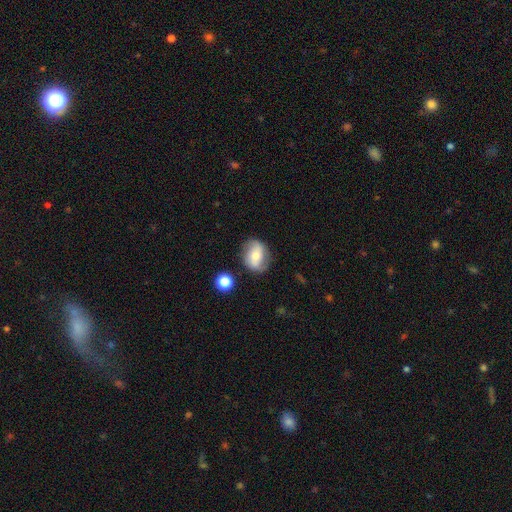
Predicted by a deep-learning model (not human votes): featured or disk 49%, smooth 43%, star or artifact 8%. Down the decision tree: merging — none (77%).